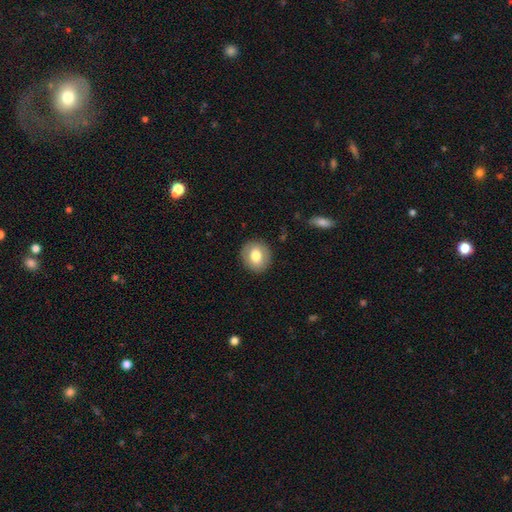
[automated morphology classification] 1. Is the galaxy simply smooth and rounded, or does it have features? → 74% smooth, 18% featured or disk, 8% star or artifact.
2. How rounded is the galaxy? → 79% round, 20% in between, 1% cigar-shaped.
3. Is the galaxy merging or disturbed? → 89% none, 8% minor disturbance, 2% major disturbance, 1% merger.